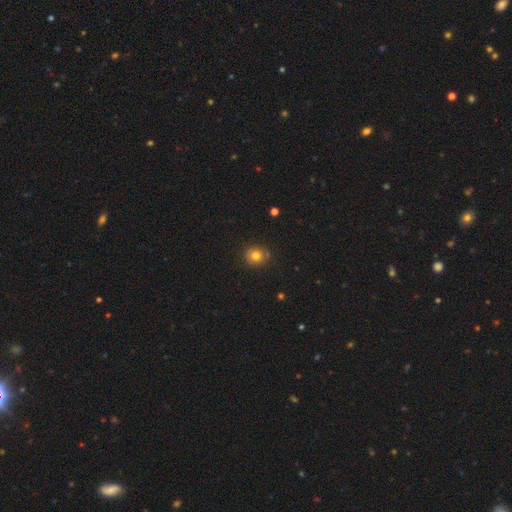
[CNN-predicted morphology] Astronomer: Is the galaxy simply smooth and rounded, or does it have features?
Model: smooth — 77%.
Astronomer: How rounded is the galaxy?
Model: round — 81%.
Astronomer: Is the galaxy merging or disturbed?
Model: none — 77%.